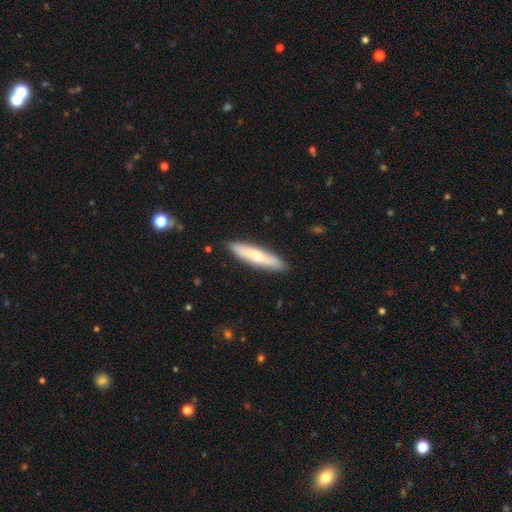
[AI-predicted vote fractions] smooth-or-featured: smooth: 68% | featured or disk: 26% | star or artifact: 6%
  how-rounded: cigar-shaped: 82% | in between: 17% | round: 1%
  merging: none: 87% | minor disturbance: 10% | major disturbance: 2% | merger: 1%